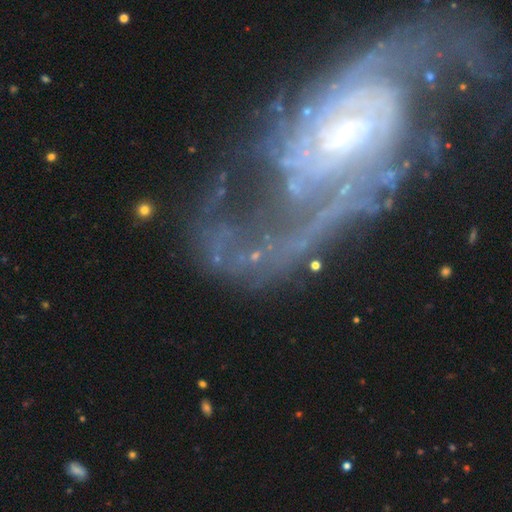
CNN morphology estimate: Overall: featured or disk (77%). Edge-on disk: no (94%). Bar: no (52%; weak 31%). Spiral arms: yes (79%). Spiral arm count: 2 (33%; can't tell 31%). Spiral winding: tight (39%; medium 33%). Bulge size: small (58%; moderate 23%). Merging: none (43%; major disturbance 34%).